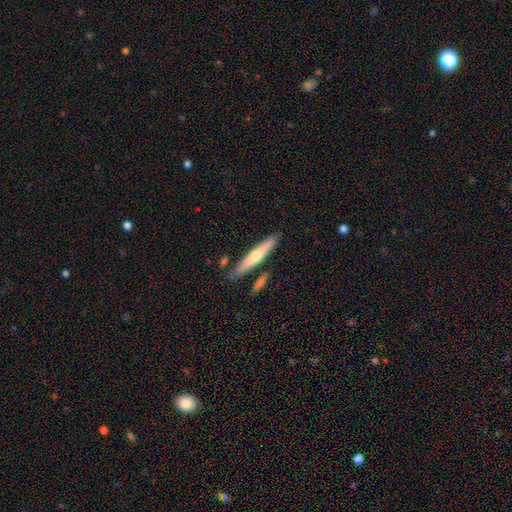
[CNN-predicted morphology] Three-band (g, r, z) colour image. It shows a smooth galaxy with no disk features (49%). Merging: none (82%).